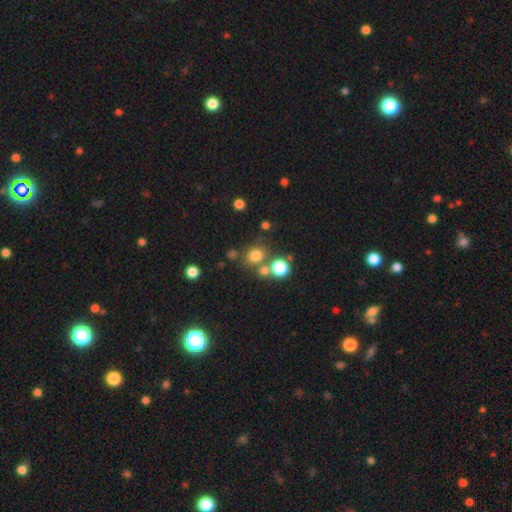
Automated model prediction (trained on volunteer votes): This is likely a smooth galaxy (74%). How rounded: likely round (78%). Merging: likely none (66%).